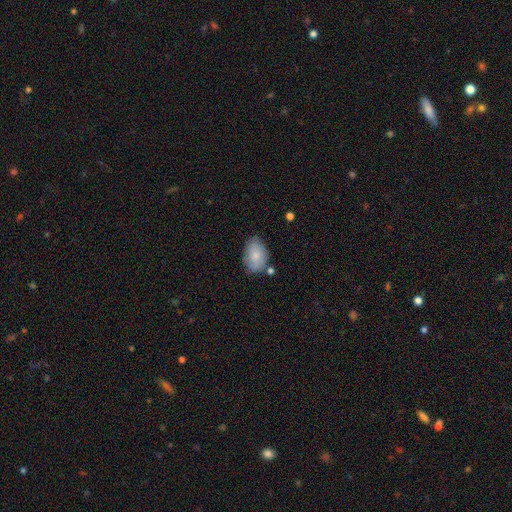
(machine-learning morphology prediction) smooth 79%, featured or disk 14%, star or artifact 7%. Down the decision tree: how rounded — in between (87%); merging — none (67%).